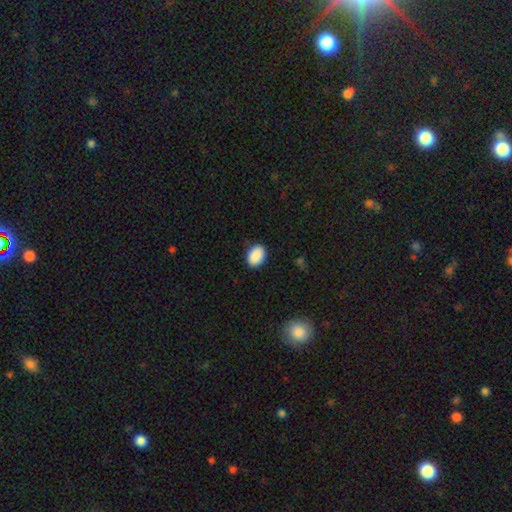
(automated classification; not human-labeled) smooth_or_featured: smooth (p=0.90) [alt: star or artifact p=0.07]
how_rounded: in between (p=0.80) [alt: round p=0.19]
merging: none (p=0.86) [alt: minor disturbance p=0.11]